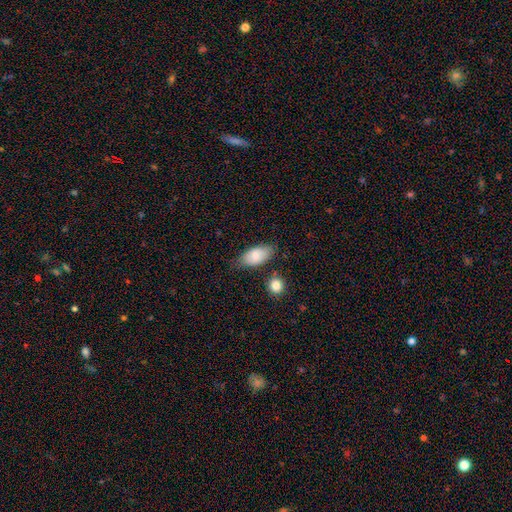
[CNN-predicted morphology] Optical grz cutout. It shows a smooth galaxy with no disk features (80%) that is in between round and cigar-shaped (90%). Merging: none (71%).